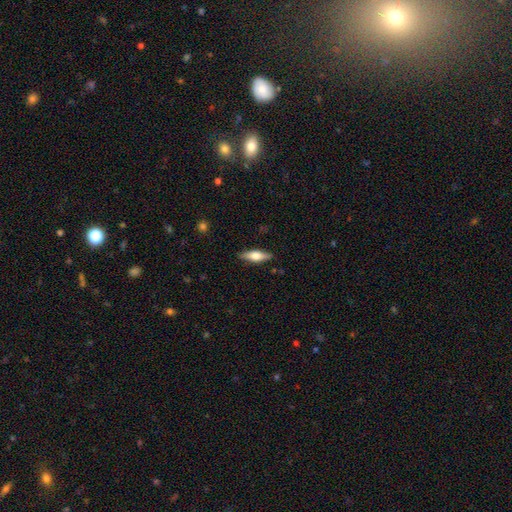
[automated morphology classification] Smooth or featured: smooth — 54% (featured or disk — 39%)
How rounded: cigar-shaped — 51% (in between — 47%)
Merging: none — 87% (minor disturbance — 10%)